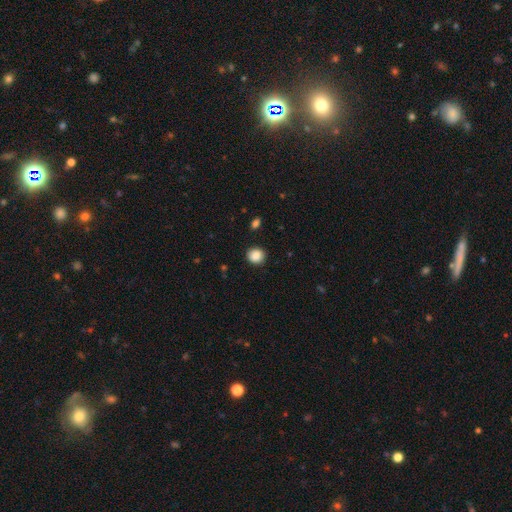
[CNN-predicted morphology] This is clearly a smooth galaxy (88%). How rounded: clearly round (84%). Merging: clearly none (90%).